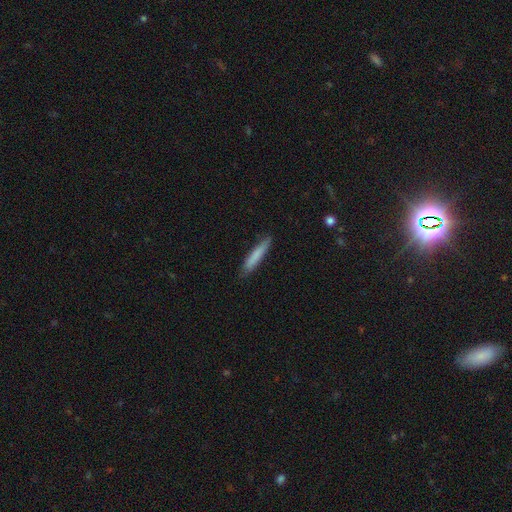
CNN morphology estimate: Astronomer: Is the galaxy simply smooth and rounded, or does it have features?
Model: smooth — 78%.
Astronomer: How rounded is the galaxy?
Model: cigar-shaped — 93%.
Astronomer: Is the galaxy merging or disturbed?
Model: none — 84%.